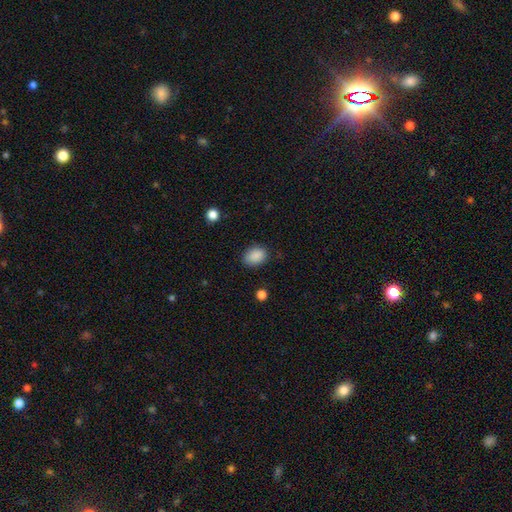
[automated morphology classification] Overall: smooth (88%). How rounded: in between (73%). Merging: none (79%).